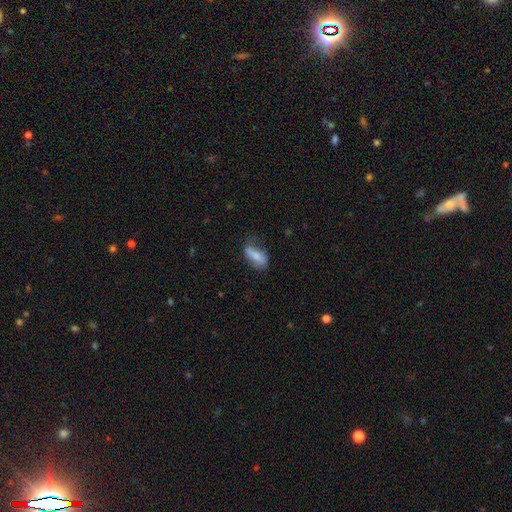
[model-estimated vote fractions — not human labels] Smooth or featured? smooth (72%)
How rounded? in between (73%)
Merging? none (53%)